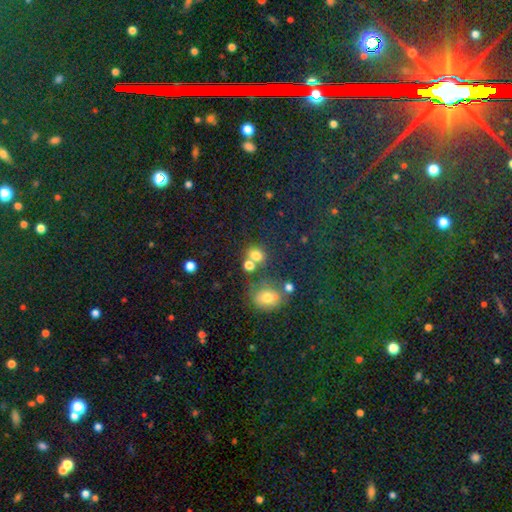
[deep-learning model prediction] A smooth galaxy with no disk features (74%) that is round (62%). Merging: none (53%).